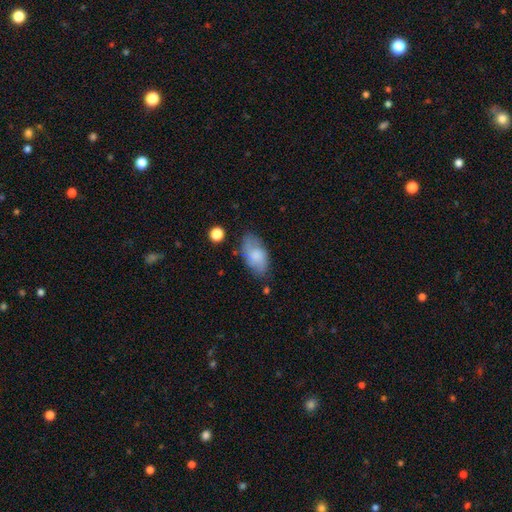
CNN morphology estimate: Q: Smooth or featured?
A: smooth (66%); runner-up: featured or disk (26%)
Q: How rounded?
A: in between (93%); runner-up: round (4%)
Q: Merging?
A: none (67%); runner-up: minor disturbance (23%)